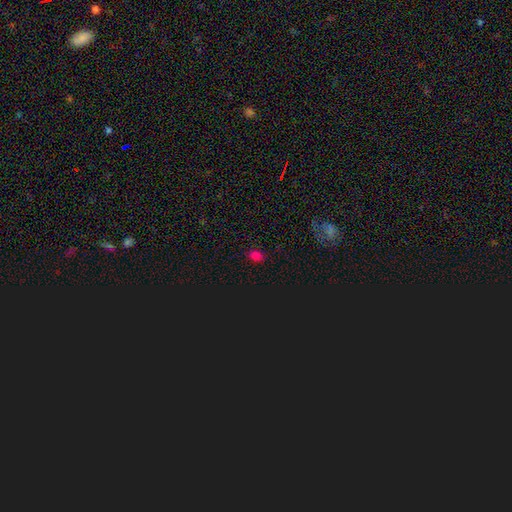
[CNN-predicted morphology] A smooth galaxy with no disk features (68%) that is in between round and cigar-shaped (64%). Merging: none (86%).